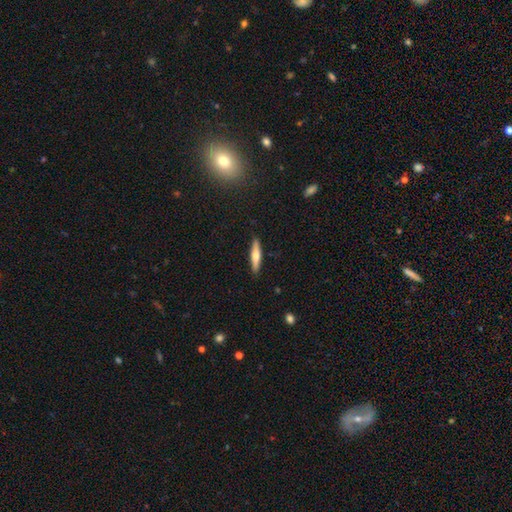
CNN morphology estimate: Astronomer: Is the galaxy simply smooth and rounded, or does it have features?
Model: smooth — 56% (runner-up: featured or disk, 39%).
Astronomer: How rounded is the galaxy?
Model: cigar-shaped — 84%.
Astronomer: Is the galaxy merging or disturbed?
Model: none — 90%.